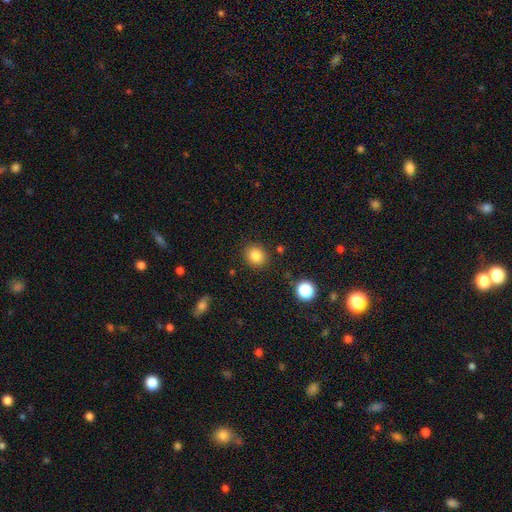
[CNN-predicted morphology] Overall: smooth (85%). How rounded: round (79%). Merging: none (87%).